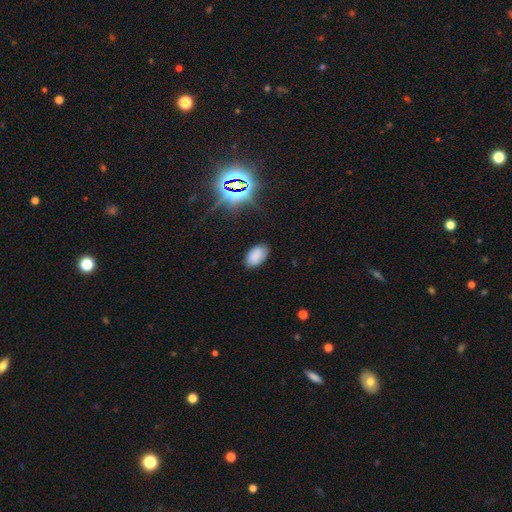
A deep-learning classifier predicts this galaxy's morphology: This appears to be a smooth galaxy with no disk features (81%) that is in between round and cigar-shaped (93%). Merging: none (83%).